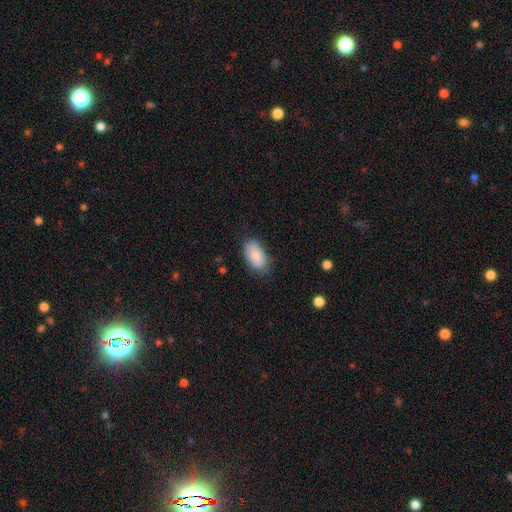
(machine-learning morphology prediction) This is clearly a smooth galaxy (87%). How rounded: clearly in between (94%). Merging: likely none (76%).